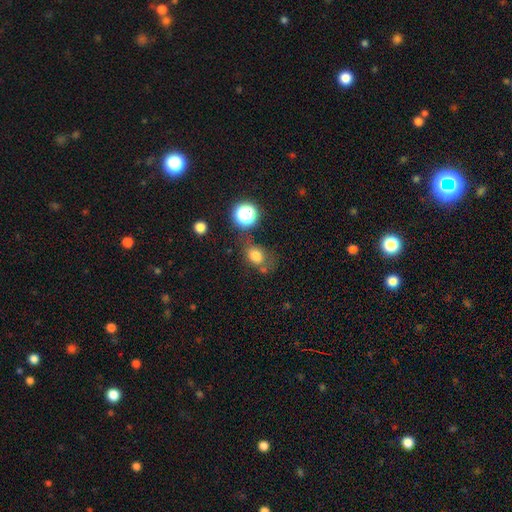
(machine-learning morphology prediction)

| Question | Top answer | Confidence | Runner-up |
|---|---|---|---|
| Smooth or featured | smooth | 75% | star or artifact (15%) |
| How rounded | in between | 54% | round (45%) |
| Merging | none | 56% | minor disturbance (21%) |